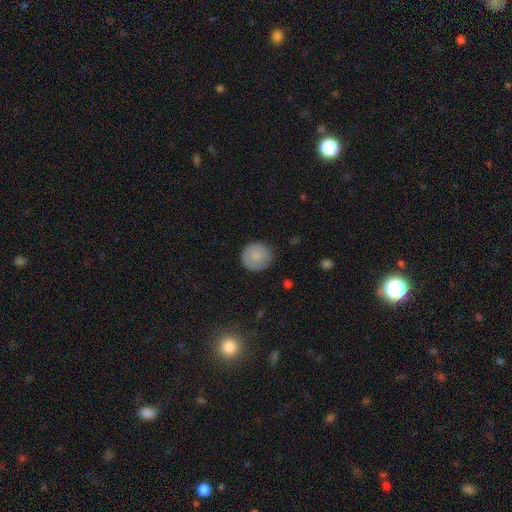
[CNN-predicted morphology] Smooth or featured? smooth (82%)
How rounded? round (90%)
Merging? none (84%)